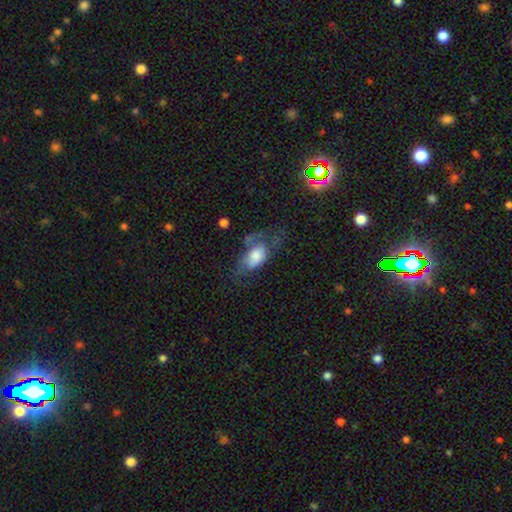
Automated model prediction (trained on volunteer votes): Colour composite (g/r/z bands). It shows a smooth galaxy with no disk features (57%) that is in between round and cigar-shaped (88%). Merging: major disturbance (37%).